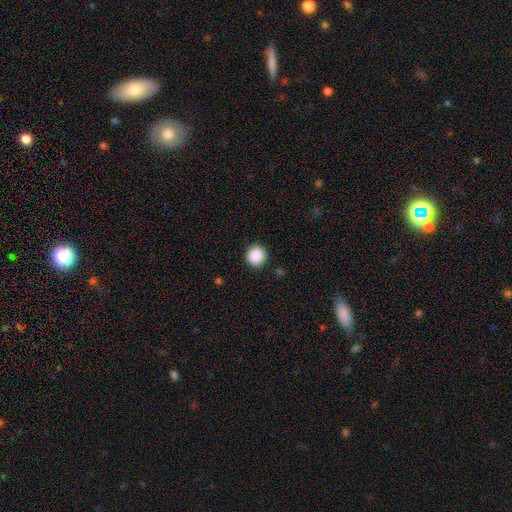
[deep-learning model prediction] Q: Smooth or featured?
A: smooth (88%); runner-up: star or artifact (9%)
Q: How rounded?
A: round (94%); runner-up: in between (5%)
Q: Merging?
A: none (92%); runner-up: minor disturbance (5%)